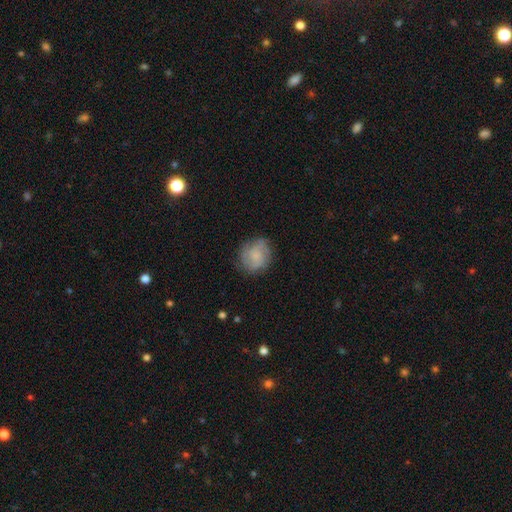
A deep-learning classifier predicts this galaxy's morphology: Smooth or featured?
  - smooth: 47% *
  - featured or disk: 45%
  - star or artifact: 8%
Merging?
  - none: 75% *
  - minor disturbance: 18%
  - major disturbance: 7%
  - merger: 1%